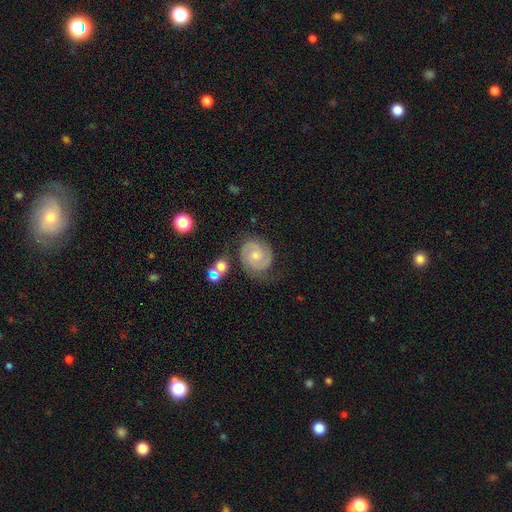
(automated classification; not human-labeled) Smooth or featured: featured or disk — 81% (smooth — 13%)
Edge-on disk: no — 98% (yes — 2%)
Bar: no — 65% (weak — 31%)
Spiral arms: yes — 97% (no — 3%)
Spiral winding: tight — 56% (medium — 36%)
Spiral arm count: 2 — 86% (can't tell — 6%)
Bulge size: small — 50% (moderate — 41%)
Merging: none — 72% (minor disturbance — 17%)